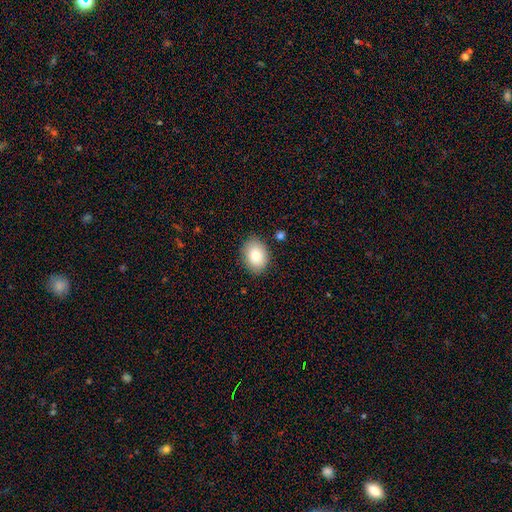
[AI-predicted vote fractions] smooth_or_featured: smooth (p=0.82) [alt: featured or disk p=0.10]
how_rounded: in between (p=0.73) [alt: round p=0.26]
merging: none (p=0.86) [alt: minor disturbance p=0.10]